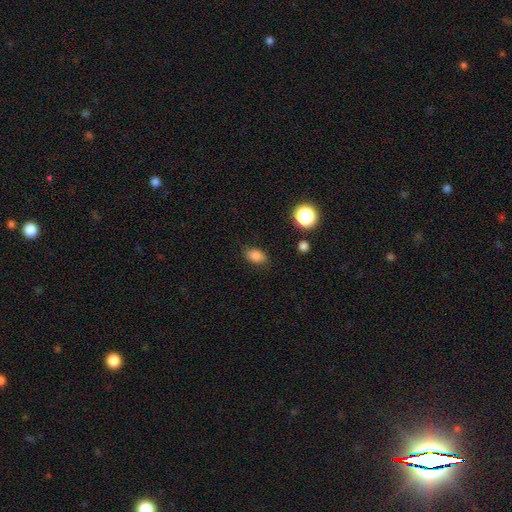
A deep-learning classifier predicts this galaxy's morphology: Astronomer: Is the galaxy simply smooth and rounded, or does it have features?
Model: smooth — 83%.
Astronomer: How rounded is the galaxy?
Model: in between — 83%.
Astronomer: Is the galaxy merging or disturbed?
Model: none — 83%.